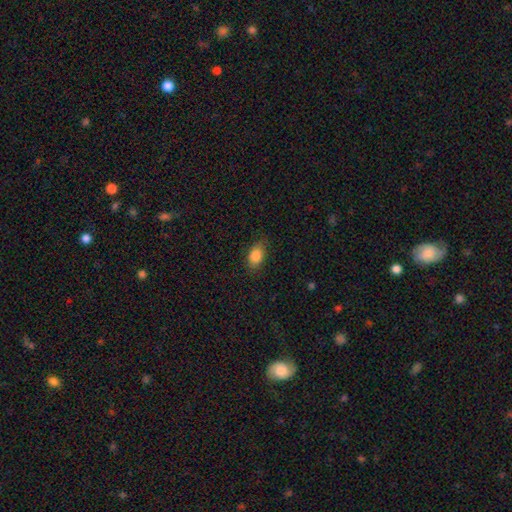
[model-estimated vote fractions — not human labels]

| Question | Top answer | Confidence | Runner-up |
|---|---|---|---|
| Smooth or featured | smooth | 85% | star or artifact (9%) |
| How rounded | in between | 82% | round (16%) |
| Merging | none | 78% | minor disturbance (17%) |